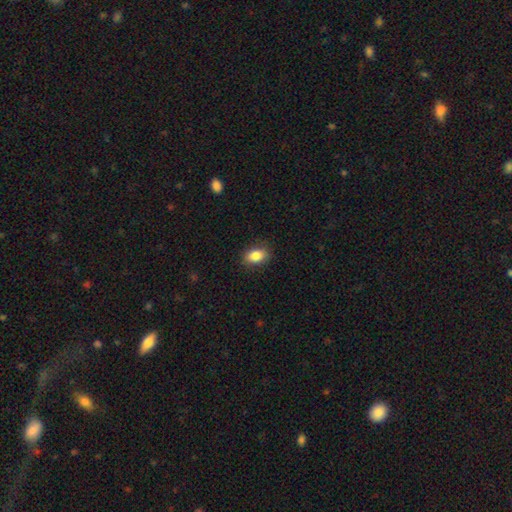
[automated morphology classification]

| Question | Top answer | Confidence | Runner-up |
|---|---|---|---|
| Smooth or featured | smooth | 85% | star or artifact (8%) |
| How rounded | in between | 82% | round (17%) |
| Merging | none | 87% | minor disturbance (10%) |